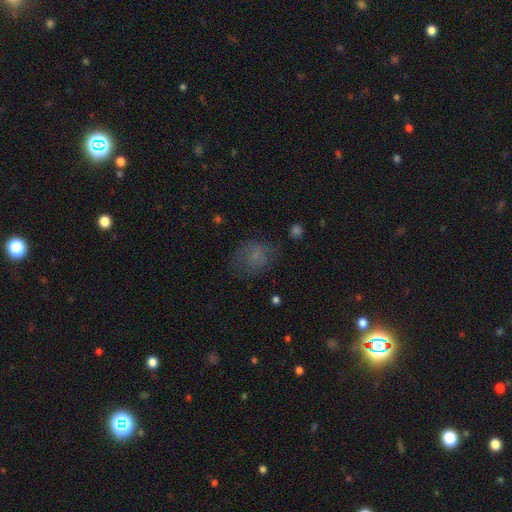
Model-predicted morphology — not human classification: A smooth galaxy with no disk features (67%) that is round (51%). Merging: none (60%).